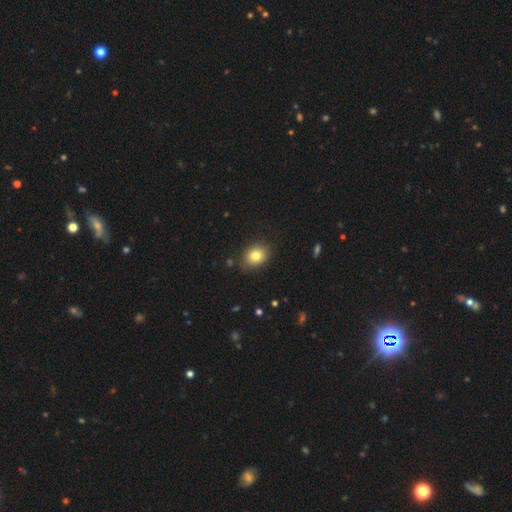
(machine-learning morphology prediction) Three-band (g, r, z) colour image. It shows a smooth galaxy with no disk features (80%) that is in between round and cigar-shaped (51%). Merging: none (84%).